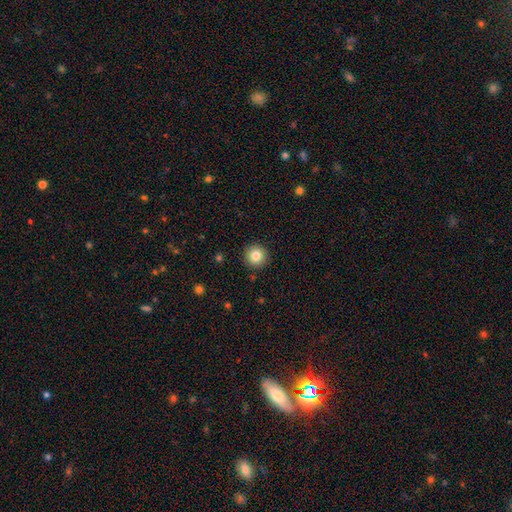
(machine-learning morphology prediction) A smooth galaxy with no disk features (83%) that is round (95%). Merging: none (92%).